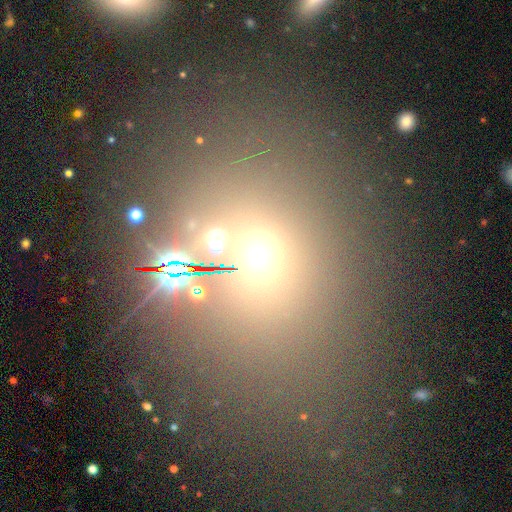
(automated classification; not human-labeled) The model was most divided on "smooth or featured": smooth: 54%, star or artifact: 35%, featured or disk: 11%. More confident: merging — none (67%); how rounded — round (60%).